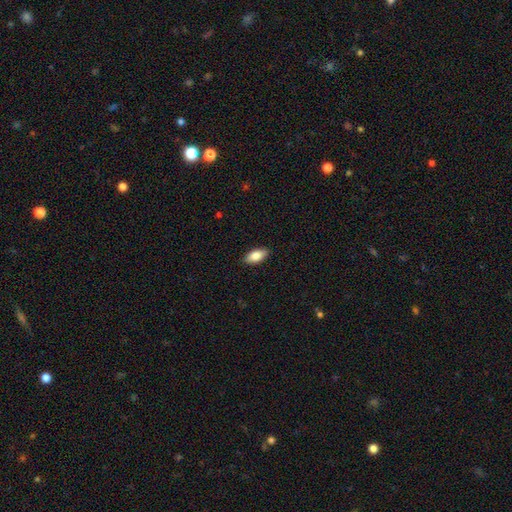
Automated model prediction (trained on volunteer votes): Q: Smooth or featured?
A: smooth (82%); runner-up: featured or disk (12%)
Q: How rounded?
A: in between (89%); runner-up: cigar-shaped (8%)
Q: Merging?
A: none (89%); runner-up: minor disturbance (8%)